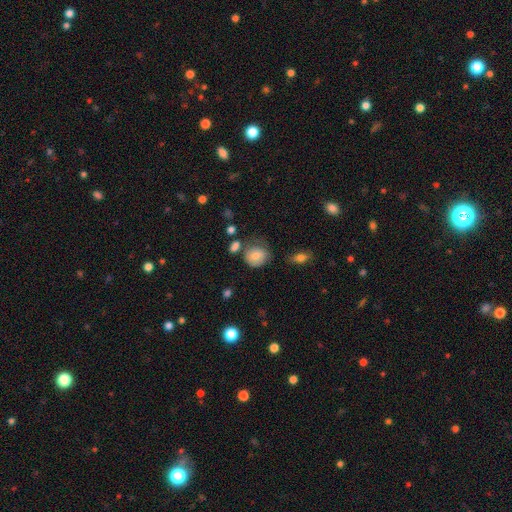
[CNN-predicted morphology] smooth 78%, featured or disk 14%, star or artifact 9%. Down the decision tree: how rounded — round (74%); merging — none (55%).